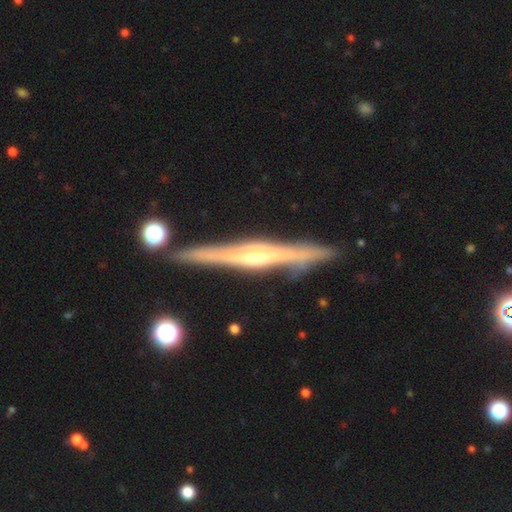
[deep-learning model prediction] Smooth or featured? Predicted: featured or disk (p=0.79). Edge-on disk? Predicted: yes (p=0.97). Edge-on bulge? Predicted: rounded (p=0.54). Merging? Predicted: none (p=0.85).